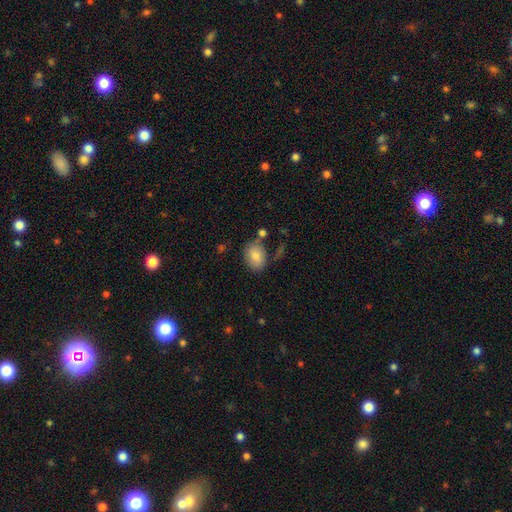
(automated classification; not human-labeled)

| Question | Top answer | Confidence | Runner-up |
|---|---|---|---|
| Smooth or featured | smooth | 80% | featured or disk (12%) |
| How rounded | in between | 75% | round (24%) |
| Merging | none | 67% | minor disturbance (19%) |